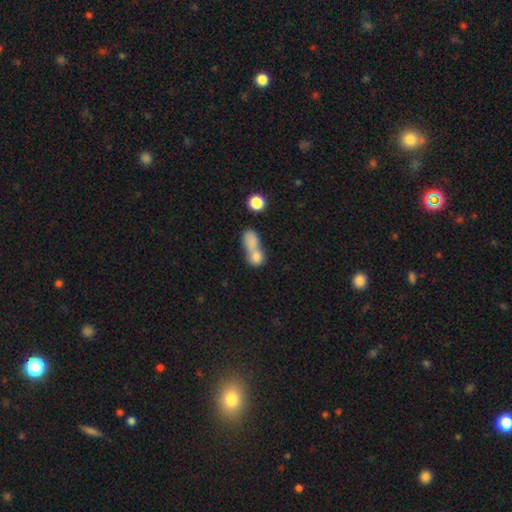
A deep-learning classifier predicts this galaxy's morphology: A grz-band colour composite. It shows a smooth galaxy with no disk features (79%) that is in between round and cigar-shaped (48%). Merging: merger (71%).